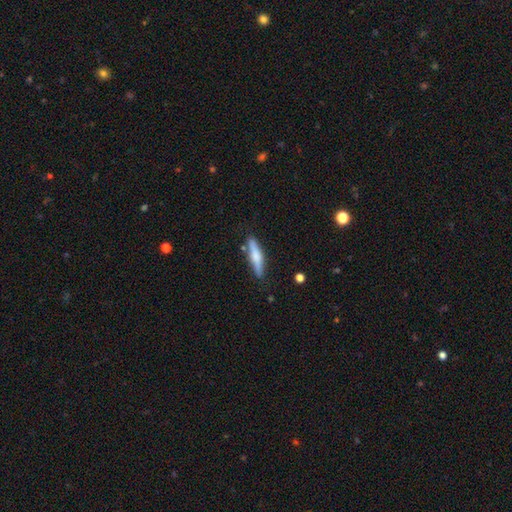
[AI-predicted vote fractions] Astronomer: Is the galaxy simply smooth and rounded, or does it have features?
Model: smooth — 58% (runner-up: featured or disk, 36%).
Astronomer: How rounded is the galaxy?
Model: cigar-shaped — 83%.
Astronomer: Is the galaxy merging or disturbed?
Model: none — 80%.